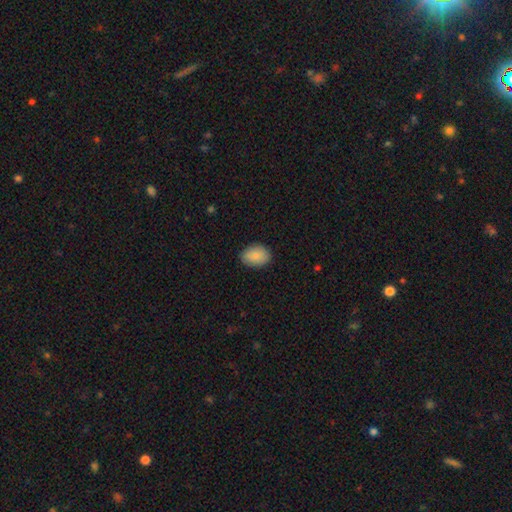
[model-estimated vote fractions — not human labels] Smooth or featured? smooth (89%)
How rounded? in between (82%)
Merging? none (86%)